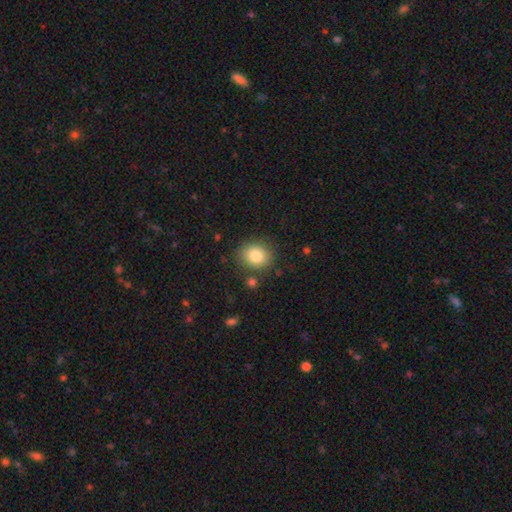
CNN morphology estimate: Overall: smooth (82%). How rounded: round (70%). Merging: none (83%).